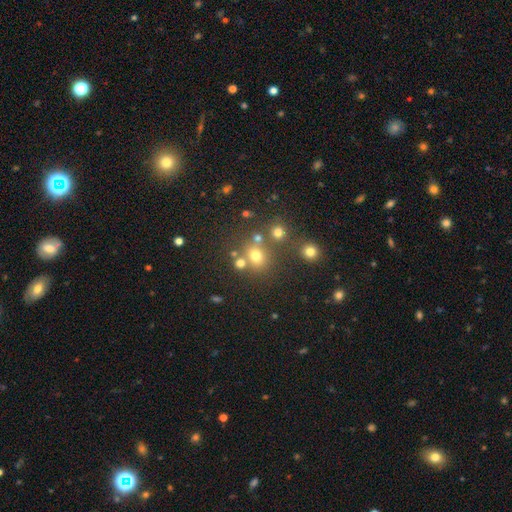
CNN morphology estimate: A smooth galaxy with no disk features (68%) that is round (77%).

Vote fractions:
- Smooth or featured? smooth: 68% / star or artifact: 23% / featured or disk: 9%
- How rounded? round: 77% / in between: 22% / cigar-shaped: 1%
- Merging? none: 65% / merger: 19% / minor disturbance: 11% / major disturbance: 5%